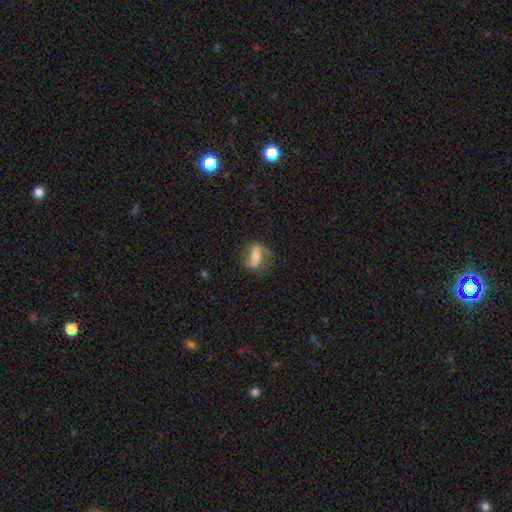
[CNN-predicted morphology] This appears to be a featured or disk galaxy (57%) with a strong bar (42%), spiral arms (80%) and a small central bulge (37%). Merging: none (57%).